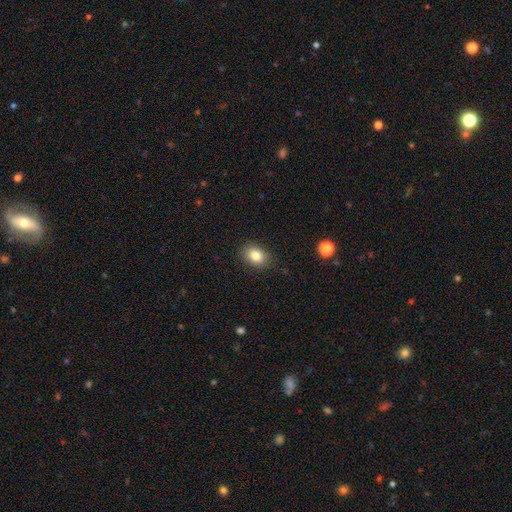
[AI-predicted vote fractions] smooth-or-featured: smooth: 83% | star or artifact: 9% | featured or disk: 8%
  how-rounded: in between: 67% | round: 32% | cigar-shaped: 1%
  merging: none: 88% | minor disturbance: 9% | major disturbance: 2% | merger: 1%